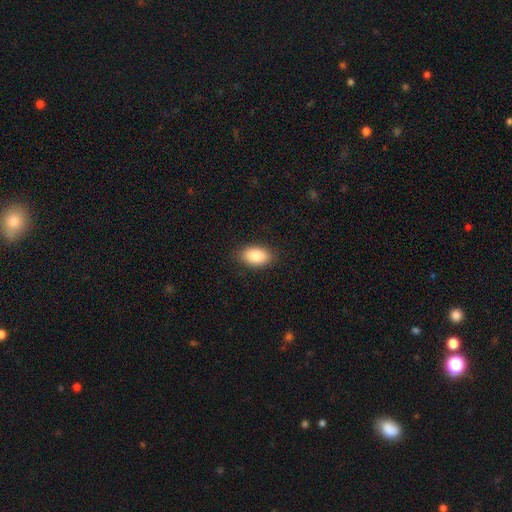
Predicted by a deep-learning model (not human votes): A smooth galaxy with no disk features (87%) that is in between round and cigar-shaped (92%).

Vote fractions:
- Smooth or featured? smooth: 87% / star or artifact: 7% / featured or disk: 6%
- How rounded? in between: 92% / round: 6% / cigar-shaped: 2%
- Merging? none: 88% / minor disturbance: 9% / major disturbance: 2% / merger: 1%